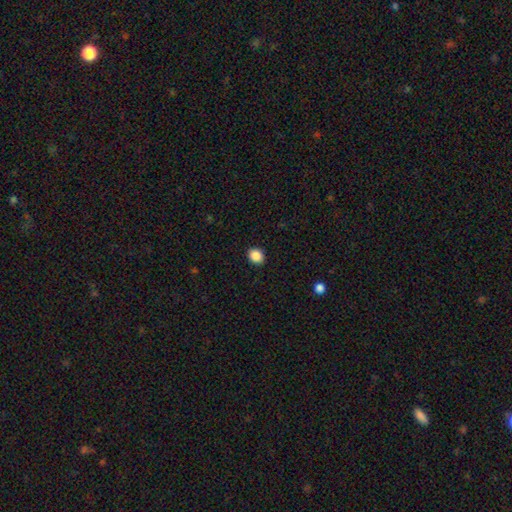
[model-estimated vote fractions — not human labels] The model was most divided on "how rounded": round: 59%, in between: 40%, cigar-shaped: 1%. More confident: merging — none (91%); smooth or featured — smooth (88%).